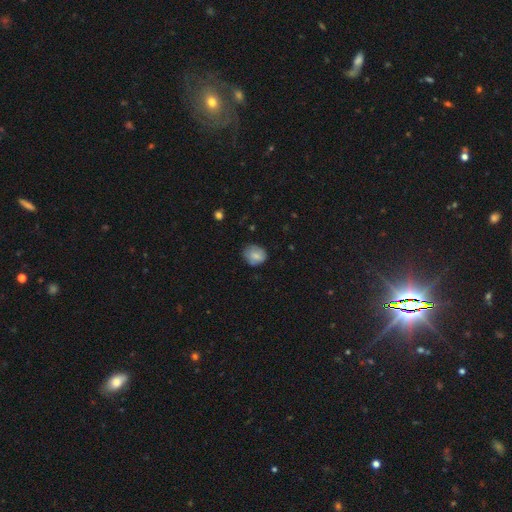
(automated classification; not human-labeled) This is likely a smooth galaxy (77%). How rounded: likely round (64%). Merging: likely none (67%).